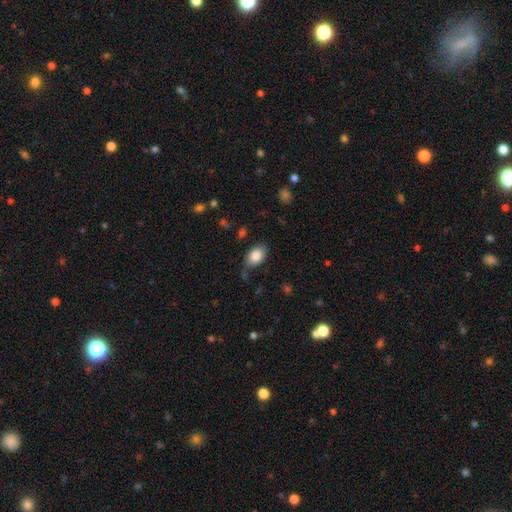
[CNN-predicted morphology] A smooth galaxy with no disk features (85%) that is in between round and cigar-shaped (90%).

Vote fractions:
- Smooth or featured? smooth: 85% / featured or disk: 8% / star or artifact: 7%
- How rounded? in between: 90% / round: 9% / cigar-shaped: 1%
- Merging? none: 72% / minor disturbance: 20% / major disturbance: 5% / merger: 3%